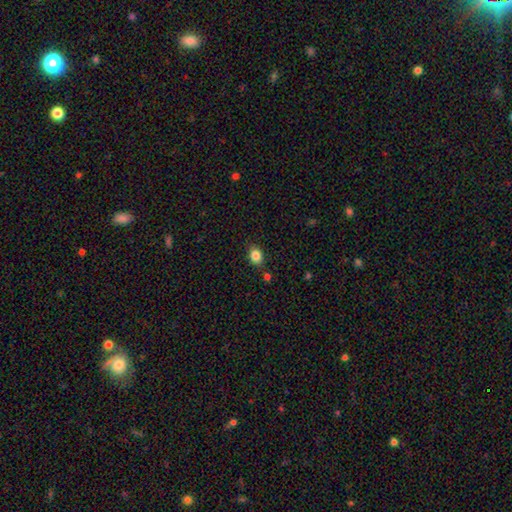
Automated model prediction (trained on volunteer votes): This is clearly a smooth galaxy (85%). How rounded: likely in between (69%). Merging: clearly none (82%).